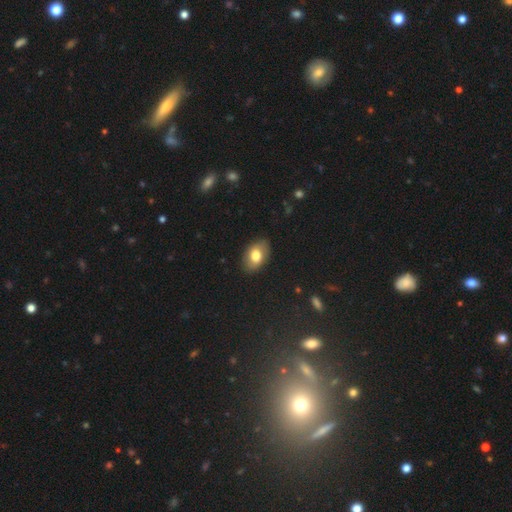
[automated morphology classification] smooth_or_featured: smooth (p=0.74) [alt: featured or disk p=0.18]
how_rounded: in between (p=0.88) [alt: round p=0.10]
merging: none (p=0.85) [alt: minor disturbance p=0.11]